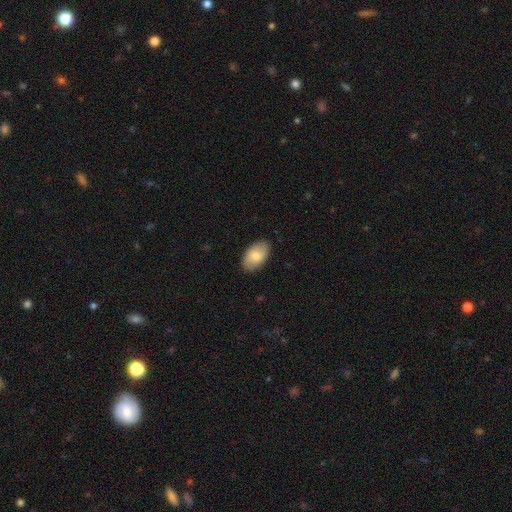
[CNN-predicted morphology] Q: Smooth or featured?
A: smooth (76%); runner-up: featured or disk (18%)
Q: How rounded?
A: in between (94%); runner-up: round (5%)
Q: Merging?
A: none (86%); runner-up: minor disturbance (11%)